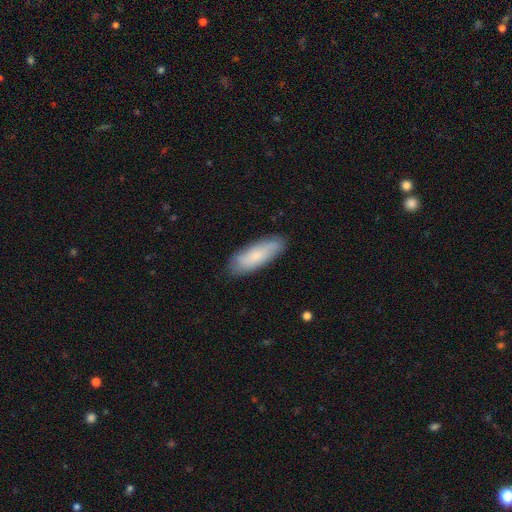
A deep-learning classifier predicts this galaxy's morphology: smooth 70%, featured or disk 23%, star or artifact 7%. Down the decision tree: how rounded — in between (62%); merging — none (83%).